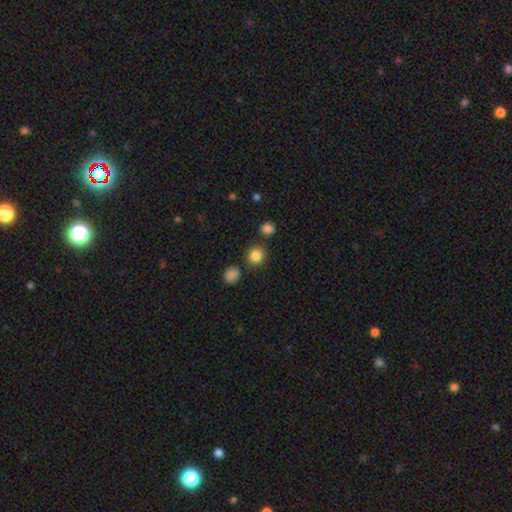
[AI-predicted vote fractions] Smooth or featured? smooth (85%)
How rounded? round (85%)
Merging? none (81%)